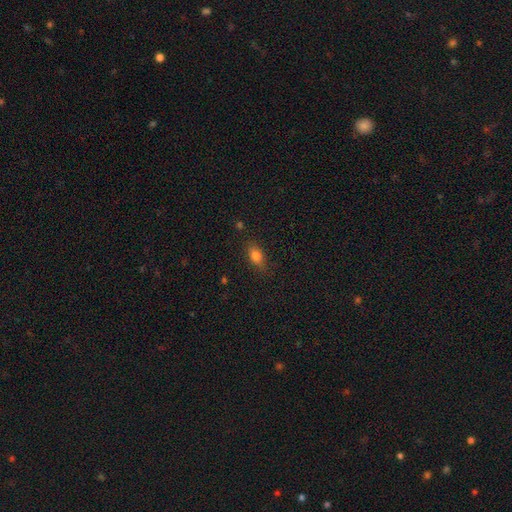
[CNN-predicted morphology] The model was most divided on "merging": none: 81%, minor disturbance: 14%, major disturbance: 3%, merger: 2%. More confident: how rounded — in between (80%); smooth or featured — smooth (79%).